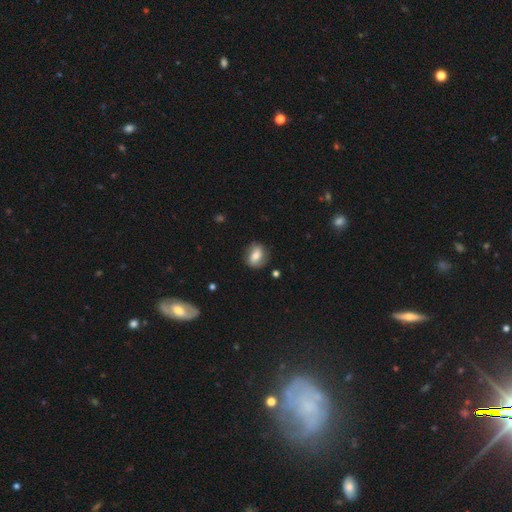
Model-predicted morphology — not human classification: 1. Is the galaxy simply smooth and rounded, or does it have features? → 66% smooth, 26% featured or disk, 8% star or artifact.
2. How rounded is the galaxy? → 58% in between, 40% round, 2% cigar-shaped.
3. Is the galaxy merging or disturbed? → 78% none, 16% minor disturbance, 5% major disturbance, 2% merger.